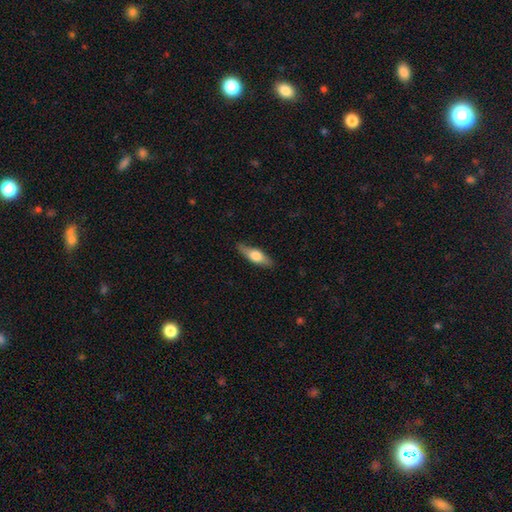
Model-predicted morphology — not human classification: Smooth or featured? Predicted: smooth (p=0.53). How rounded? Predicted: in between (p=0.51). Merging? Predicted: none (p=0.84).